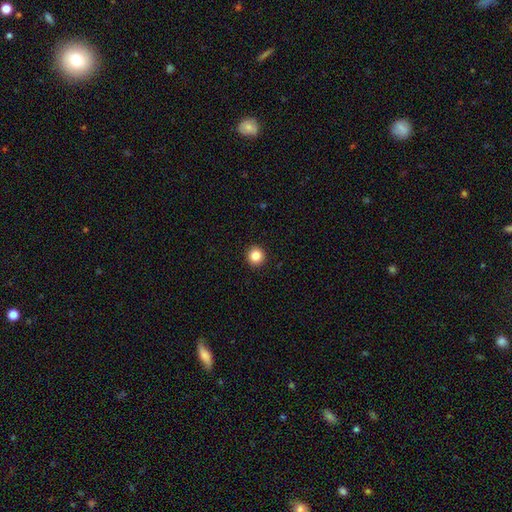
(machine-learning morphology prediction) smooth 85%, star or artifact 10%, featured or disk 5%. Down the decision tree: how rounded — round (95%); merging — none (93%).